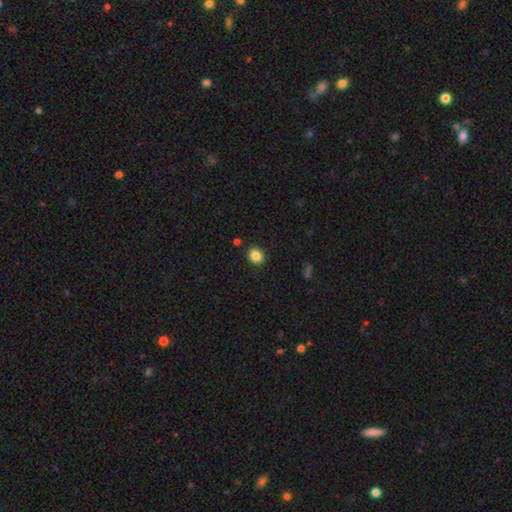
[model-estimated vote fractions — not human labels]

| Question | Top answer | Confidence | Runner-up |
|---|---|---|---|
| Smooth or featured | smooth | 85% | star or artifact (10%) |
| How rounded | round | 65% | in between (34%) |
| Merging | none | 89% | minor disturbance (7%) |